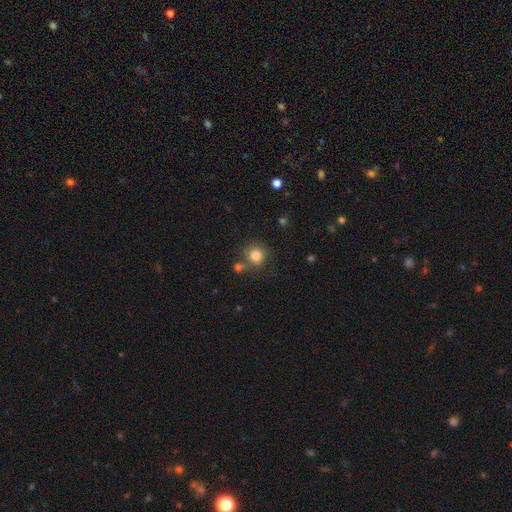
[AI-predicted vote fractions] smooth-or-featured: smooth: 82% | star or artifact: 11% | featured or disk: 7%
  how-rounded: round: 87% | in between: 12% | cigar-shaped: 1%
  merging: none: 68% | merger: 16% | minor disturbance: 12% | major disturbance: 4%